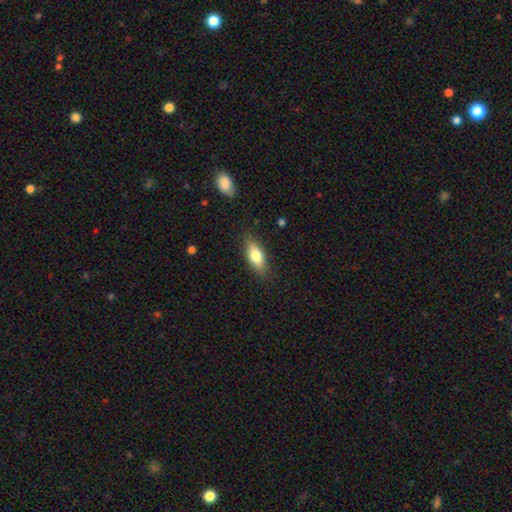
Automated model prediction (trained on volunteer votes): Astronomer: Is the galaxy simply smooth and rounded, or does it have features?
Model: smooth — 74%.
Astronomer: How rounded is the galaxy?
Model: in between — 74%.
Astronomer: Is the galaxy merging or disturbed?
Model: none — 84%.